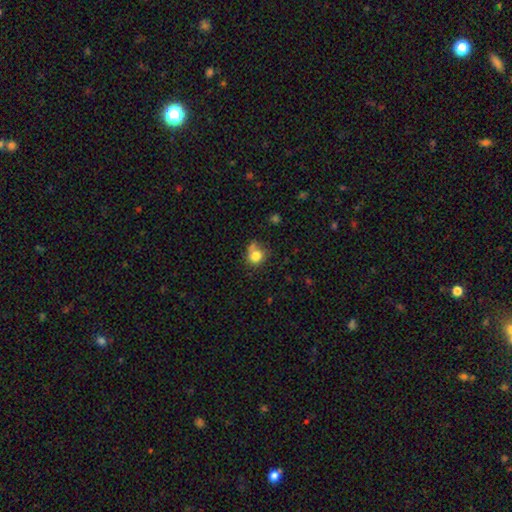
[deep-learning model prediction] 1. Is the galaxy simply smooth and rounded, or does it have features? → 80% smooth, 11% star or artifact, 9% featured or disk.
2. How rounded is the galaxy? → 81% round, 18% in between, 1% cigar-shaped.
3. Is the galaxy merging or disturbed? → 55% none, 22% minor disturbance, 15% merger, 8% major disturbance.